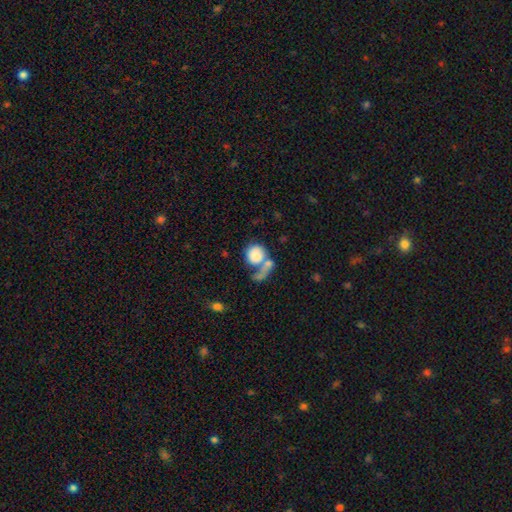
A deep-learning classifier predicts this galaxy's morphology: This appears to be a smooth galaxy with no disk features (59%) that is round (71%). Merging: merger (40%).